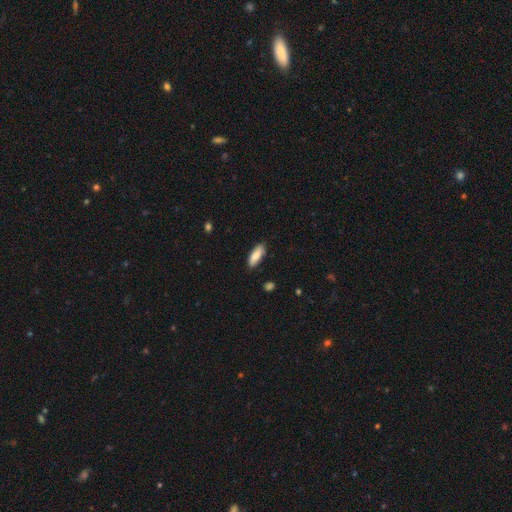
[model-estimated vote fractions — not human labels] Morphology: type=smooth (83%); roundness=in between (67%); merging=none (84%).